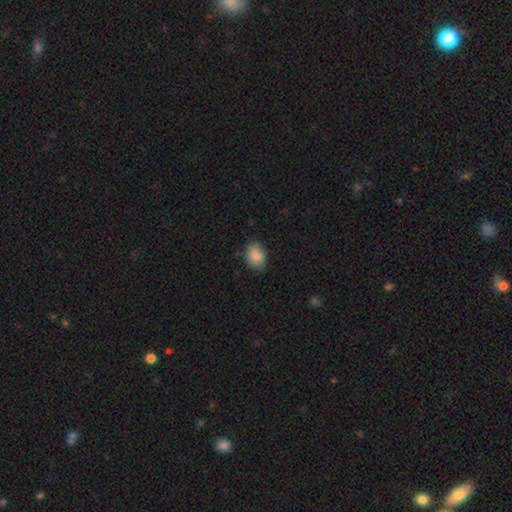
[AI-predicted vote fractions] Smooth or featured: smooth — 88% (star or artifact — 7%)
How rounded: in between — 75% (round — 24%)
Merging: none — 79% (minor disturbance — 17%)